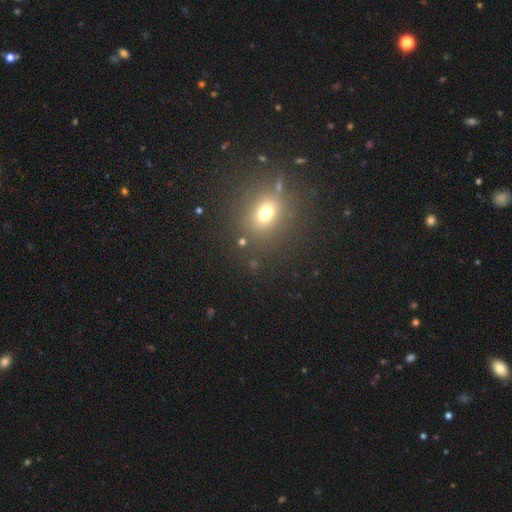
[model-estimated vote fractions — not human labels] This appears to be a smooth galaxy with no disk features (49%). Merging: none (86%).